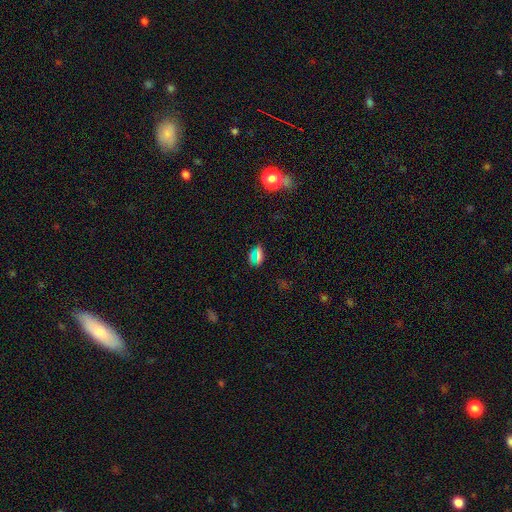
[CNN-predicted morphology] Overall: smooth (55%; star or artifact 35%). How rounded: in between (65%). Merging: none (76%).